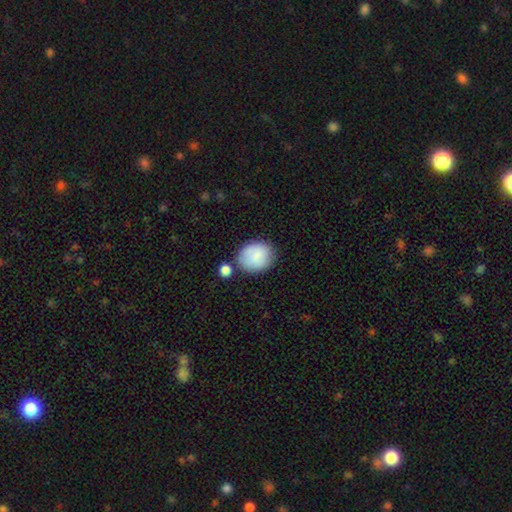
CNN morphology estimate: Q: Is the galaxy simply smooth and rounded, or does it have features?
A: smooth — 84%.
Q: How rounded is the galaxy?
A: round — 64%.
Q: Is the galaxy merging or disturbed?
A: none — 68%.